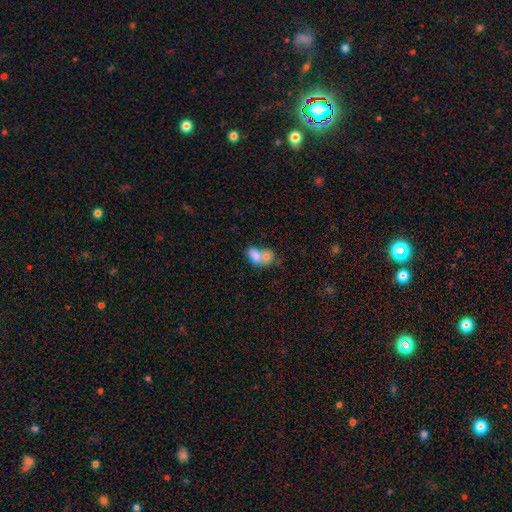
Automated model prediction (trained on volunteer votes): The model was most divided on "merging": merger: 69%, none: 18%, minor disturbance: 8%, major disturbance: 5%. More confident: how rounded — in between (75%); smooth or featured — smooth (72%).